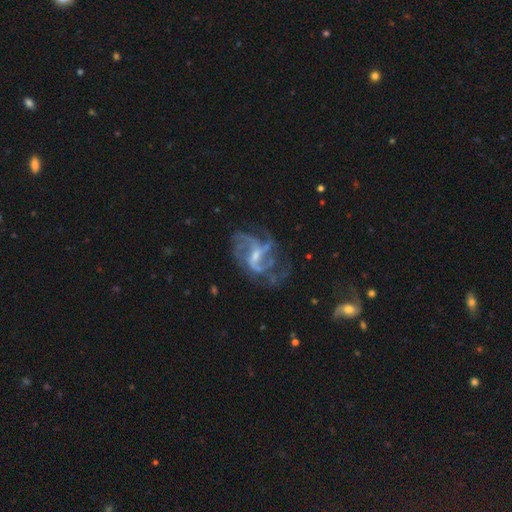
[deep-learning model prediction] featured or disk 86%, star or artifact 8%, smooth 6%. Down the decision tree: edge-on disk — no (97%); bar — weak (51%); spiral arms — yes (92%); spiral arm count — 3 (27%); spiral winding — loose (47%); bulge size — small (54%); merging — none (50%).